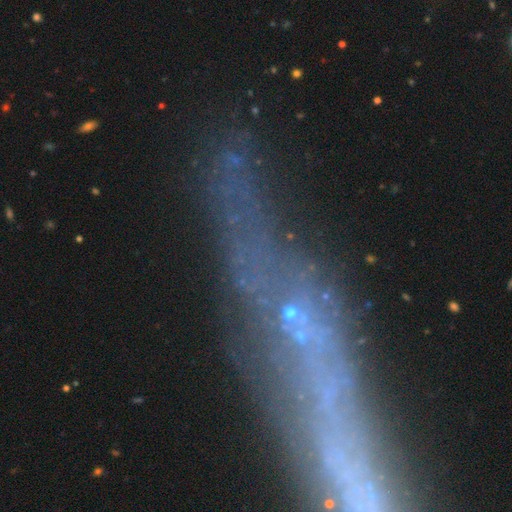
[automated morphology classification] The model was most divided on "smooth or featured": featured or disk: 39%, star or artifact: 37%, smooth: 24%. More confident: merging — none (62%).